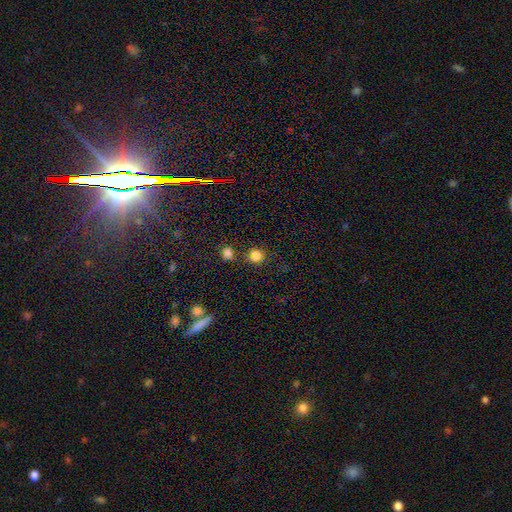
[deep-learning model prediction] This appears to be a smooth galaxy with no disk features (82%) that is round (89%). Merging: none (76%).